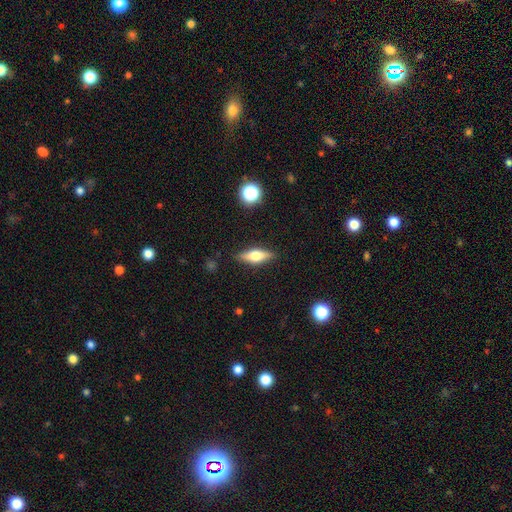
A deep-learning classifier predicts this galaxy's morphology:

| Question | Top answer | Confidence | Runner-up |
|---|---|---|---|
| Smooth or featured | featured or disk | 48% | smooth (45%) |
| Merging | none | 87% | minor disturbance (9%) |